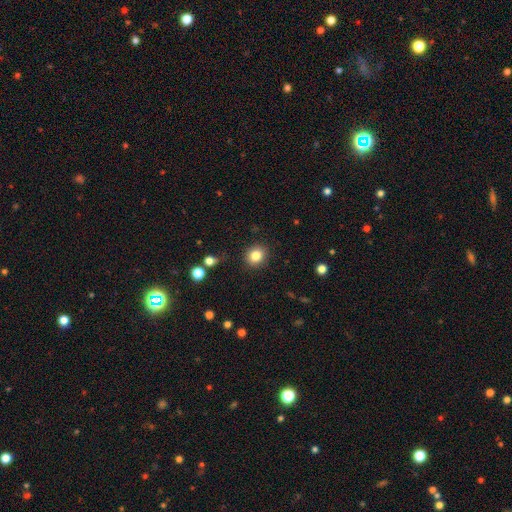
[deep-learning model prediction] A smooth galaxy with no disk features (83%) that is round (78%). Merging: none (89%).